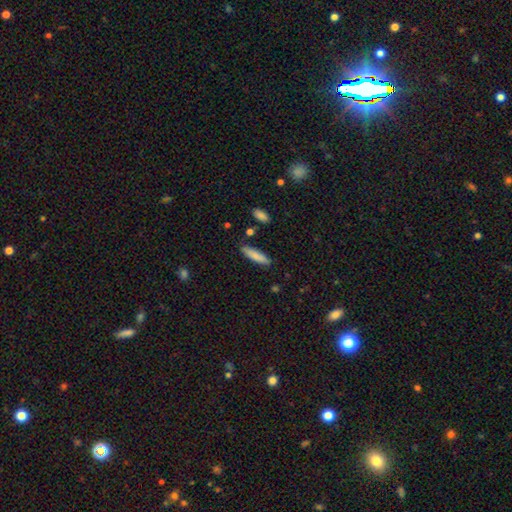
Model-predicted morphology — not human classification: Smooth or featured: smooth — 84% (featured or disk — 10%)
How rounded: cigar-shaped — 71% (in between — 28%)
Merging: none — 85% (minor disturbance — 10%)